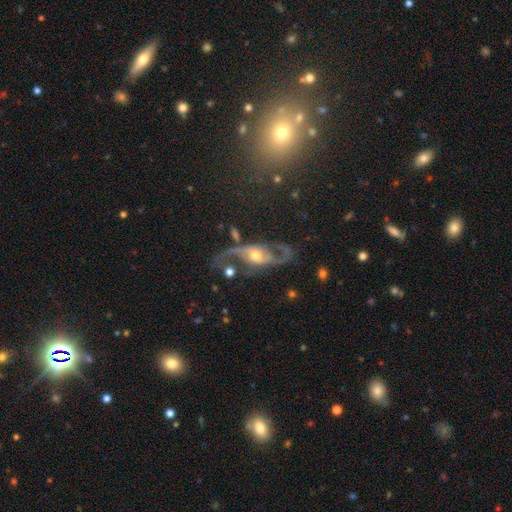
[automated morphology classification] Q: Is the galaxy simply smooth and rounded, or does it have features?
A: featured or disk — 85%.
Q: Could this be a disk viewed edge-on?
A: no — 93%.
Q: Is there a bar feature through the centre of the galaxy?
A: no — 57%.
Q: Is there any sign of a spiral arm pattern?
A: yes — 93%.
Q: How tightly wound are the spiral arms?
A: loose — 55%.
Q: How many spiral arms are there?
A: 2 — 89%.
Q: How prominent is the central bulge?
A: moderate — 63%.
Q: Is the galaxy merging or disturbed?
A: none — 60%.